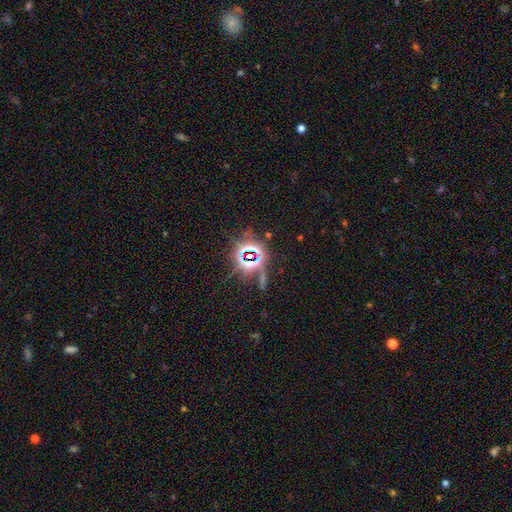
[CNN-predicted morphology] This appears to be a star or artifact, not a galaxy (83%).